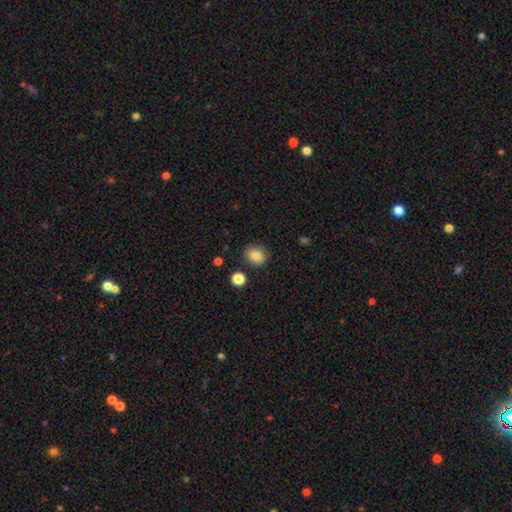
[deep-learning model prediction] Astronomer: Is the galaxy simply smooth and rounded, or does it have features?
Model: smooth — 85%.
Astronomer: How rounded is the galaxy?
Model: round — 67%.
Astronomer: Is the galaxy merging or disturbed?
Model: none — 85%.